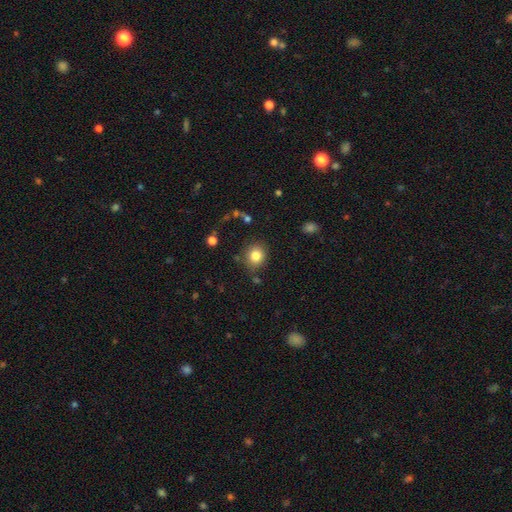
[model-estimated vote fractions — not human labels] Smooth or featured? Predicted: smooth (p=0.83). How rounded? Predicted: round (p=0.80). Merging? Predicted: none (p=0.82).